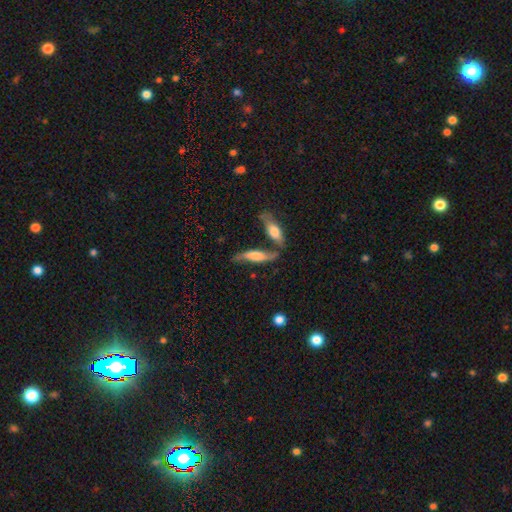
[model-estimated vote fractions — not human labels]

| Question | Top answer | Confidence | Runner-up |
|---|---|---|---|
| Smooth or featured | featured or disk | 59% | smooth (34%) |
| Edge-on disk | yes | 53% | no (47%) |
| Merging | none | 54% | merger (24%) |